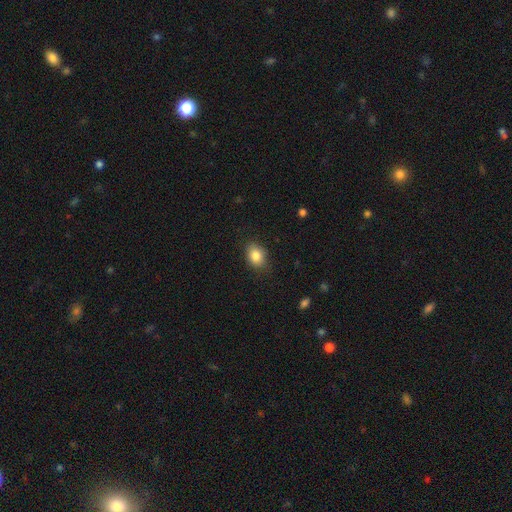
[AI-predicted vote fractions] Smooth or featured: smooth — 84% (star or artifact — 9%)
How rounded: in between — 70% (round — 29%)
Merging: none — 82% (minor disturbance — 14%)